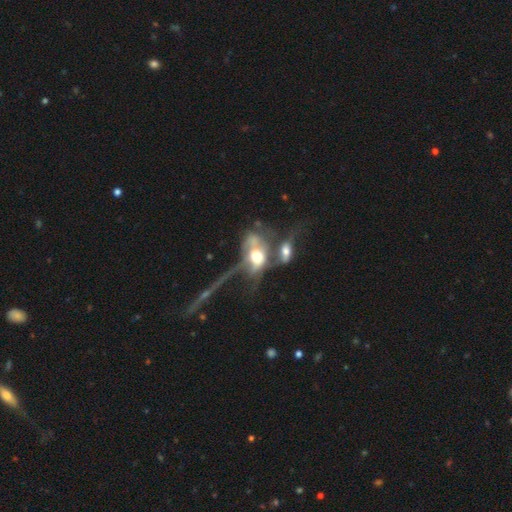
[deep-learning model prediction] Smooth or featured?
  - featured or disk: 53% *
  - smooth: 37%
  - star or artifact: 10%
Edge-on disk?
  - no: 85% *
  - yes: 15%
Merging?
  - merger: 54% *
  - major disturbance: 29%
  - none: 10%
  - minor disturbance: 7%